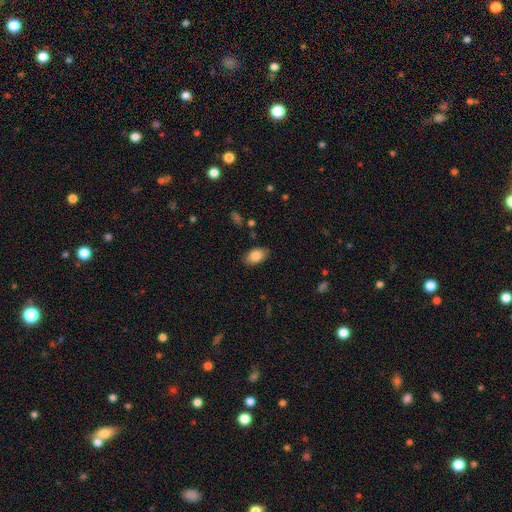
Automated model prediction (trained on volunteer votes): Smooth or featured: smooth — 85% (featured or disk — 7%)
How rounded: in between — 91% (round — 7%)
Merging: none — 85% (minor disturbance — 11%)